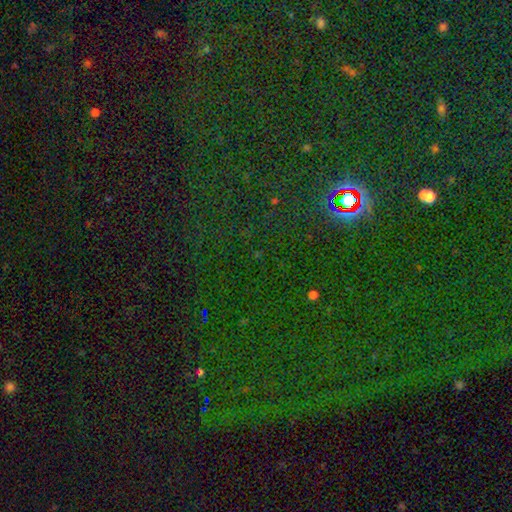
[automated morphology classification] type=star or artifact (81%).